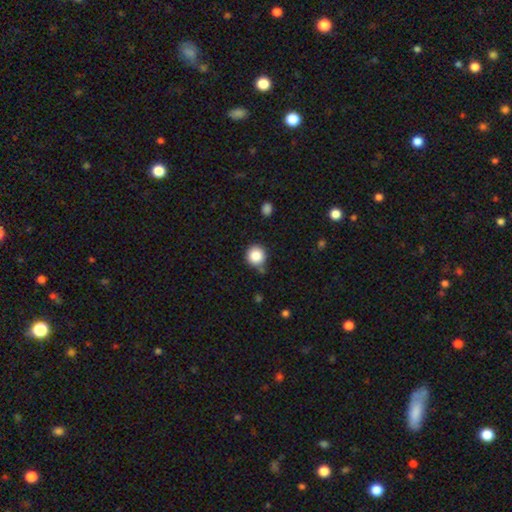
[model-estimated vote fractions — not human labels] The model was most divided on "merging": none: 74%, minor disturbance: 16%, merger: 6%, major disturbance: 4%. More confident: how rounded — round (93%); smooth or featured — smooth (85%).